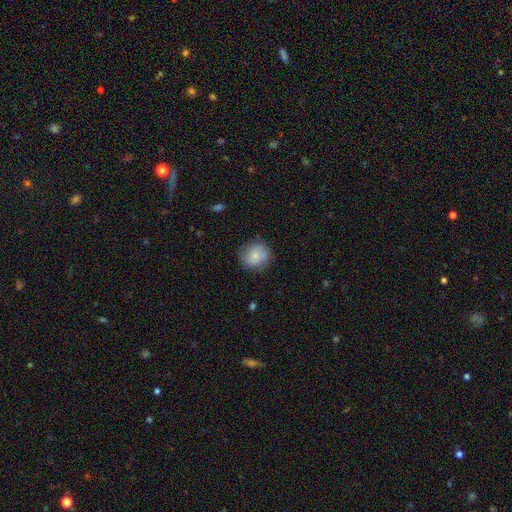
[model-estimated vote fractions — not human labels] Smooth or featured?
  - smooth: 73% *
  - featured or disk: 19%
  - star or artifact: 8%
How rounded?
  - round: 84% *
  - in between: 15%
  - cigar-shaped: 1%
Merging?
  - none: 76% *
  - minor disturbance: 17%
  - major disturbance: 5%
  - merger: 1%